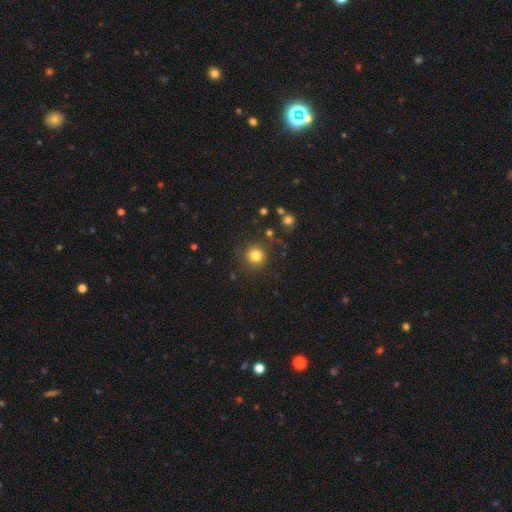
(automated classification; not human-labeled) This is clearly a smooth galaxy (81%). How rounded: clearly round (93%). Merging: clearly none (85%).